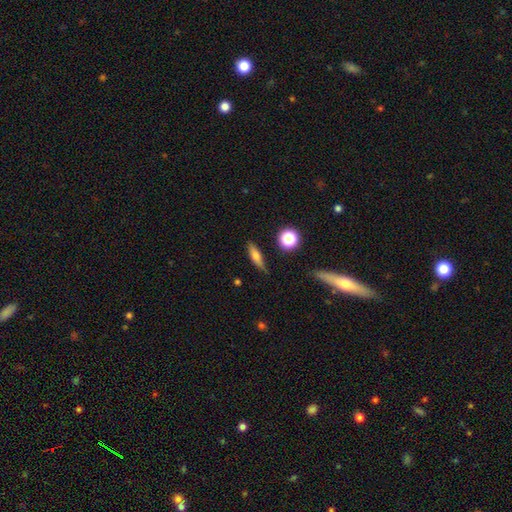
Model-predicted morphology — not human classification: A smooth galaxy with no disk features (66%) that is cigar-shaped (53%). Merging: none (77%).